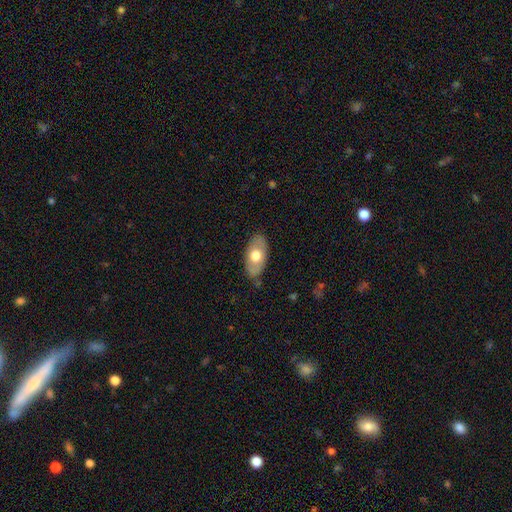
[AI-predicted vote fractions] The model was most divided on "smooth or featured": smooth: 59%, featured or disk: 36%, star or artifact: 5%. More confident: how rounded — in between (92%); merging — none (80%).